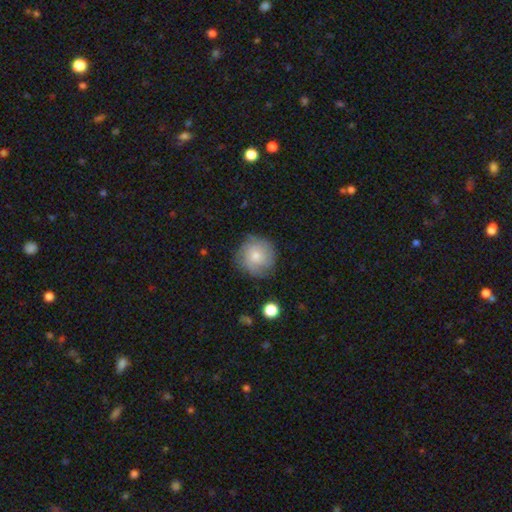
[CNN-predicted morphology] smooth 56%, featured or disk 36%, star or artifact 8%. Down the decision tree: how rounded — round (92%); merging — none (75%).